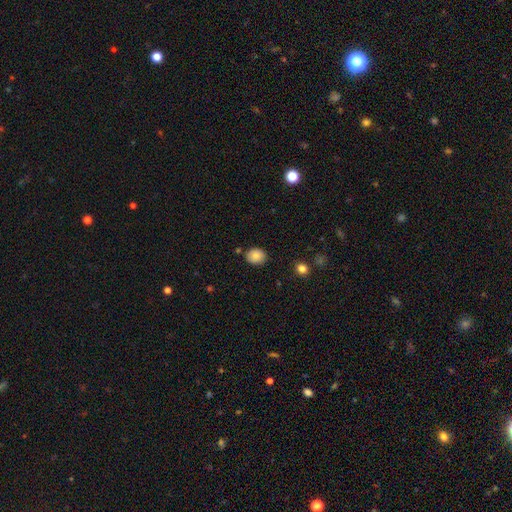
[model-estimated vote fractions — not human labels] Morphology: type=smooth (84%); roundness=round (60%); merging=none (83%).